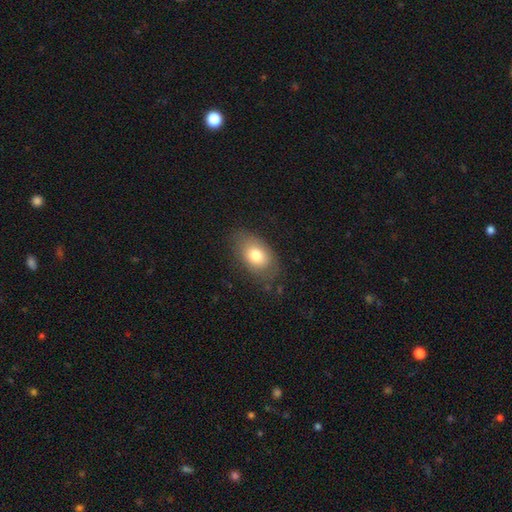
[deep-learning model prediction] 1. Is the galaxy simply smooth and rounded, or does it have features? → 76% smooth, 16% featured or disk, 8% star or artifact.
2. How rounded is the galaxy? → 86% in between, 12% round, 1% cigar-shaped.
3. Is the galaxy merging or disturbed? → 75% none, 18% minor disturbance, 6% major disturbance, 1% merger.